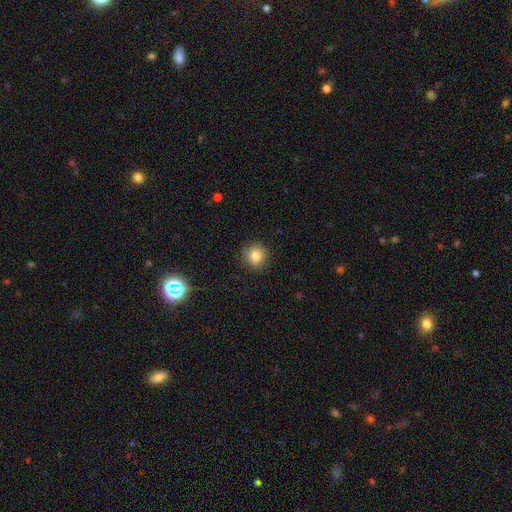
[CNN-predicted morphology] This appears to be a smooth galaxy with no disk features (83%) that is round (92%). Merging: none (88%).